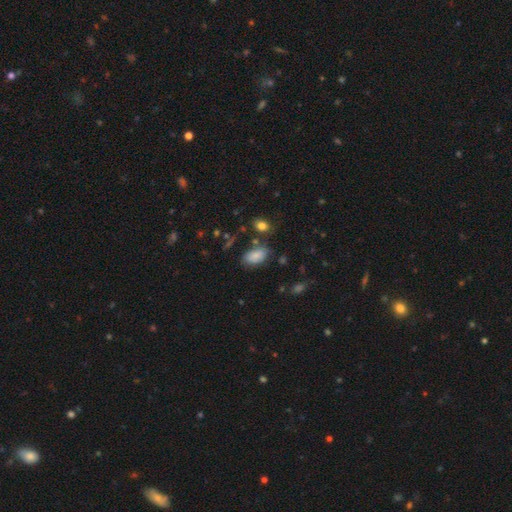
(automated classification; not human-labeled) smooth 83%, star or artifact 9%, featured or disk 8%. Down the decision tree: how rounded — in between (93%); merging — none (70%).